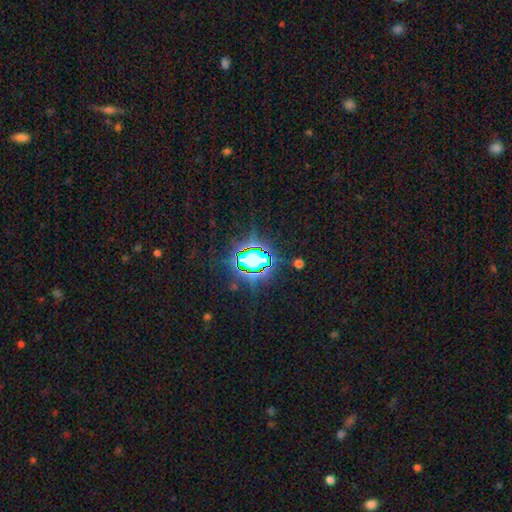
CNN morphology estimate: smooth-or-featured: star or artifact: 72% | smooth: 17% | featured or disk: 11%